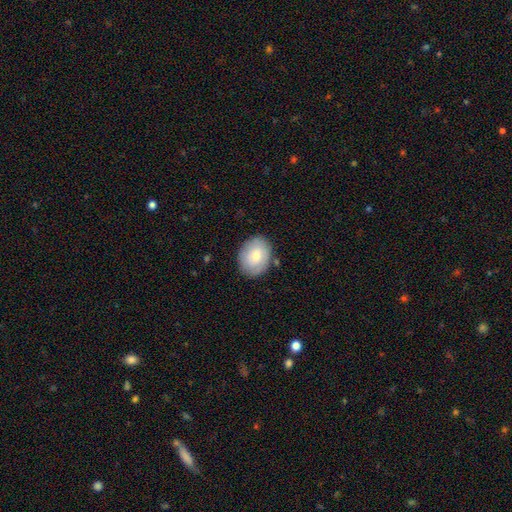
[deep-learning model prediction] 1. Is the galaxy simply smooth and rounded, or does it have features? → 68% smooth, 26% featured or disk, 7% star or artifact.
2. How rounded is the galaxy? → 61% in between, 38% round, 1% cigar-shaped.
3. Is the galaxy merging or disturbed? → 82% none, 13% minor disturbance, 3% major disturbance, 2% merger.